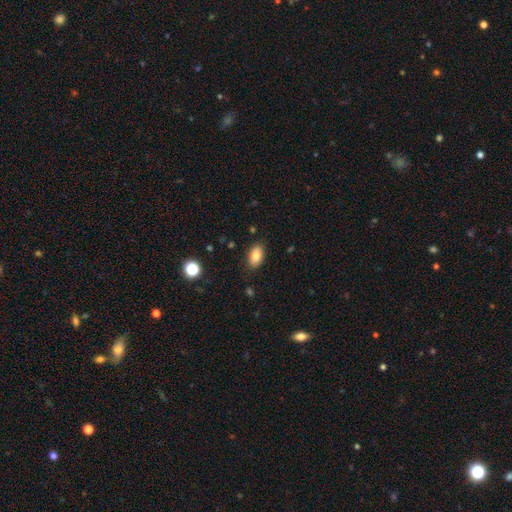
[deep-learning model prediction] Smooth or featured?
  - smooth: 83% *
  - featured or disk: 9%
  - star or artifact: 8%
How rounded?
  - in between: 91% *
  - round: 7%
  - cigar-shaped: 2%
Merging?
  - none: 85% *
  - minor disturbance: 11%
  - major disturbance: 3%
  - merger: 1%